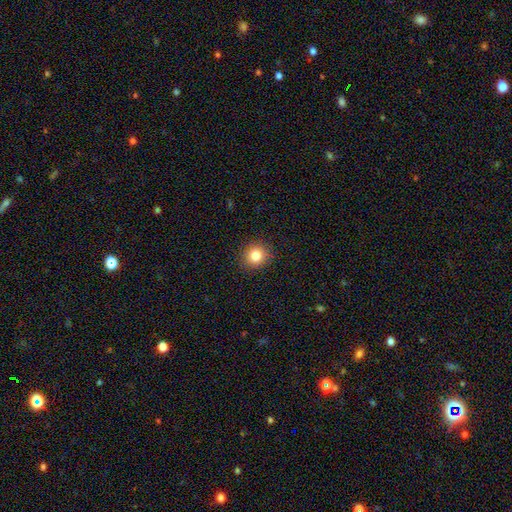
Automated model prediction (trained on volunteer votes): Smooth or featured: smooth — 83% (star or artifact — 11%)
How rounded: round — 86% (in between — 13%)
Merging: none — 90% (minor disturbance — 7%)